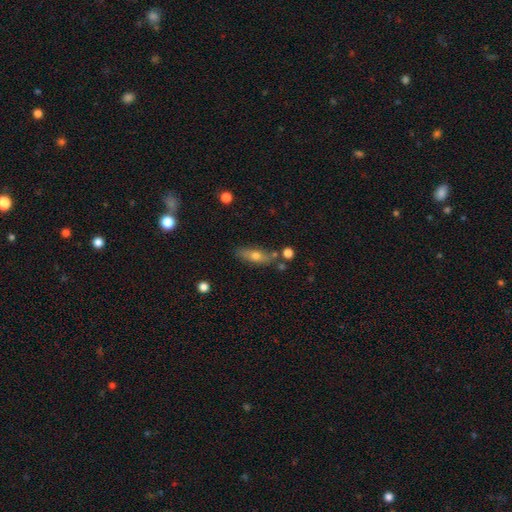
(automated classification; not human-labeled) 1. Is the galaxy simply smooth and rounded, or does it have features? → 65% smooth, 28% featured or disk, 7% star or artifact.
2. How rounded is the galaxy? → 61% in between, 35% cigar-shaped, 4% round.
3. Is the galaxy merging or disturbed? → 70% none, 16% minor disturbance, 9% merger, 4% major disturbance.